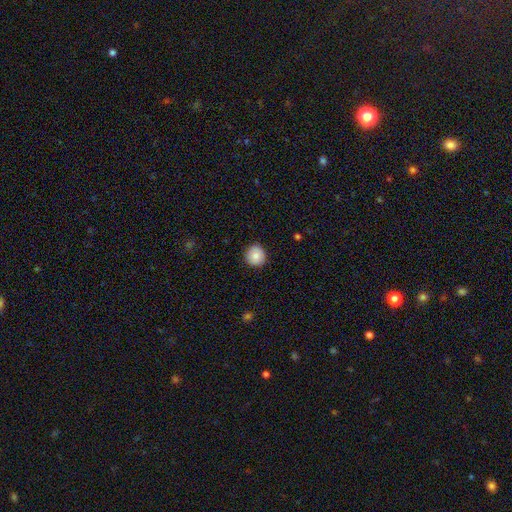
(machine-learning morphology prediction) smooth-or-featured: smooth: 81% | featured or disk: 11% | star or artifact: 8%
  how-rounded: round: 94% | in between: 5% | cigar-shaped: 1%
  merging: none: 90% | minor disturbance: 8% | major disturbance: 2% | merger: 1%